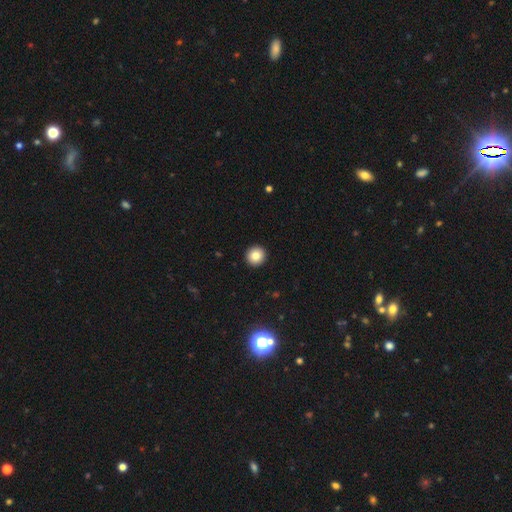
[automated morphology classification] Smooth or featured: smooth — 83% (star or artifact — 10%)
How rounded: round — 95% (in between — 4%)
Merging: none — 94% (minor disturbance — 4%)